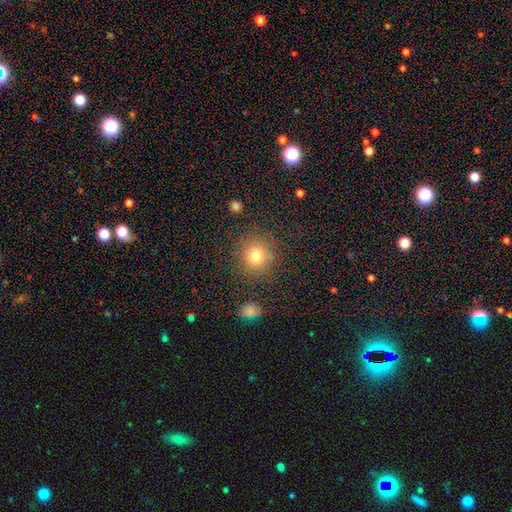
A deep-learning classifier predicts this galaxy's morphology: Overall: smooth (77%). How rounded: round (89%). Merging: none (84%).